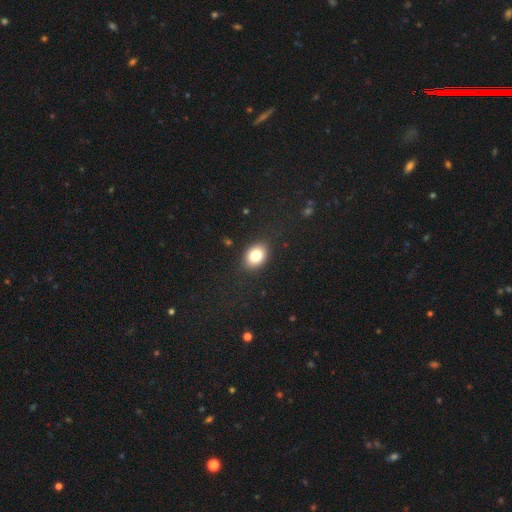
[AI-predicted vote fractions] Smooth or featured? smooth (82%)
How rounded? in between (72%)
Merging? none (87%)